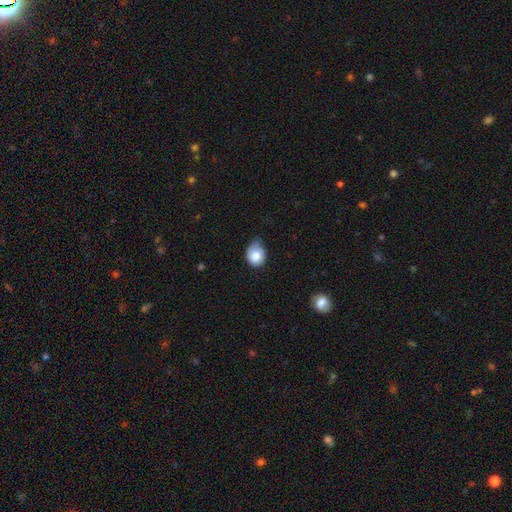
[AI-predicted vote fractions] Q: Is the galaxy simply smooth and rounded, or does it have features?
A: smooth — 82%.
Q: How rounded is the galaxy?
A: round — 53%.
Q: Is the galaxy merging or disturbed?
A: minor disturbance — 50%.